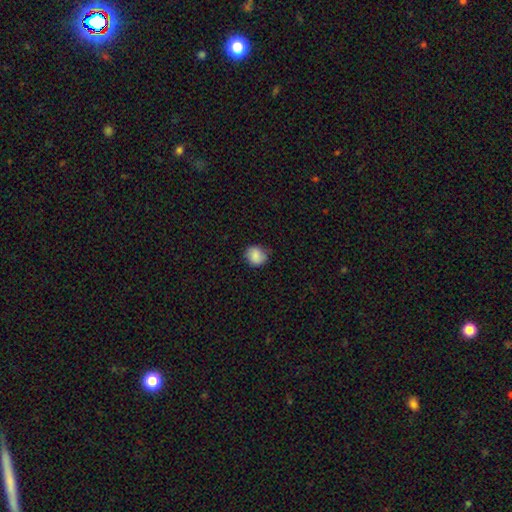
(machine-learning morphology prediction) Q: Smooth or featured?
A: smooth (86%); runner-up: star or artifact (8%)
Q: How rounded?
A: round (79%); runner-up: in between (20%)
Q: Merging?
A: none (78%); runner-up: minor disturbance (17%)